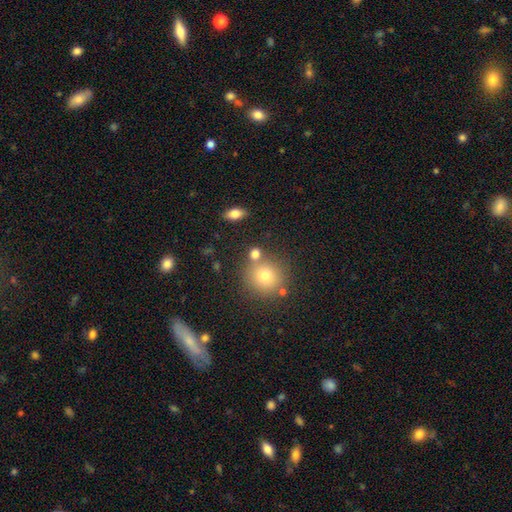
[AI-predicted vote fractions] smooth 66%, star or artifact 18%, featured or disk 16%. Down the decision tree: how rounded — round (79%); merging — none (77%).